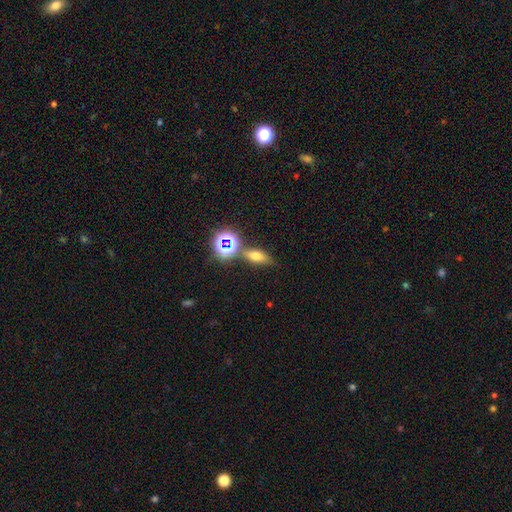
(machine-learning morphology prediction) Q: Smooth or featured?
A: smooth (58%); runner-up: star or artifact (24%)
Q: How rounded?
A: in between (65%); runner-up: cigar-shaped (21%)
Q: Merging?
A: none (67%); runner-up: minor disturbance (15%)